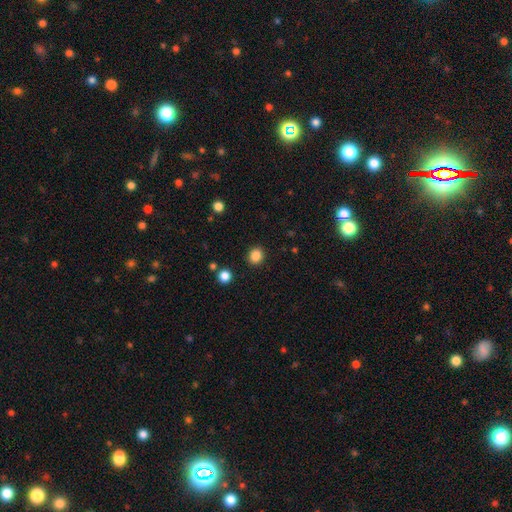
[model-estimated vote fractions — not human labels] Smooth or featured?
  - smooth: 86% *
  - star or artifact: 11%
  - featured or disk: 3%
How rounded?
  - round: 79% *
  - in between: 20%
  - cigar-shaped: 1%
Merging?
  - none: 90% *
  - minor disturbance: 6%
  - major disturbance: 2%
  - merger: 2%